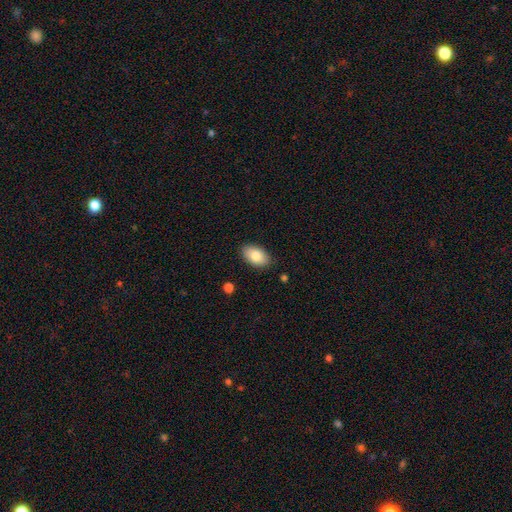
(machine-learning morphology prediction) Q: Smooth or featured?
A: smooth (82%); runner-up: featured or disk (11%)
Q: How rounded?
A: in between (93%); runner-up: round (6%)
Q: Merging?
A: none (85%); runner-up: minor disturbance (11%)